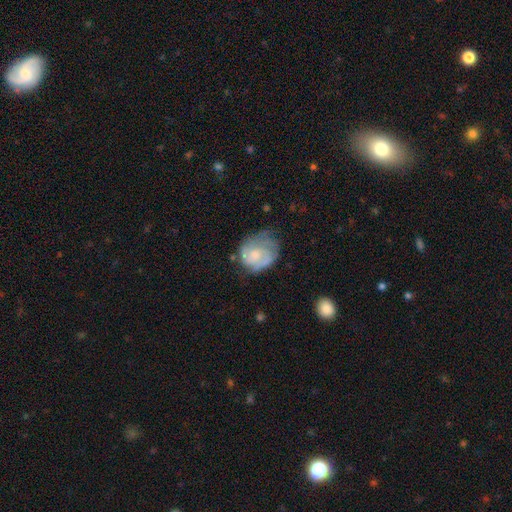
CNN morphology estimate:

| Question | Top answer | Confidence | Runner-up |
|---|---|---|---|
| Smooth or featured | featured or disk | 63% | smooth (31%) |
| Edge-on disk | no | 98% | yes (2%) |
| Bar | no | 72% | weak (25%) |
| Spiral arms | yes | 81% | no (19%) |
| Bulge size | small | 46% | moderate (39%) |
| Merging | none | 47% | minor disturbance (31%) |